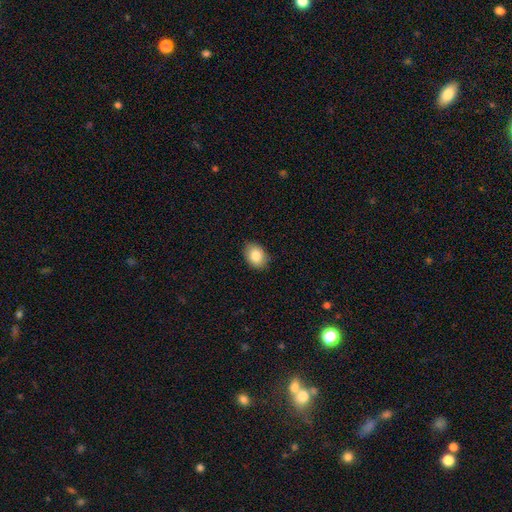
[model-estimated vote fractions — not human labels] Smooth or featured? smooth (83%)
How rounded? in between (74%)
Merging? none (87%)